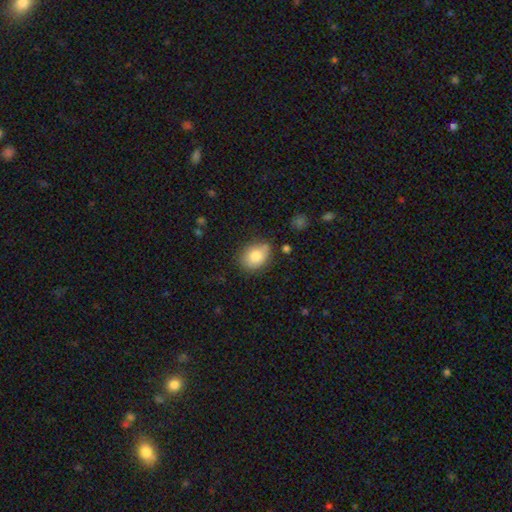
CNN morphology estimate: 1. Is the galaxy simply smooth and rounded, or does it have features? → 83% smooth, 9% featured or disk, 8% star or artifact.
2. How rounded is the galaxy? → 53% in between, 46% round, 1% cigar-shaped.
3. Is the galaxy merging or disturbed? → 77% none, 16% minor disturbance, 4% merger, 4% major disturbance.